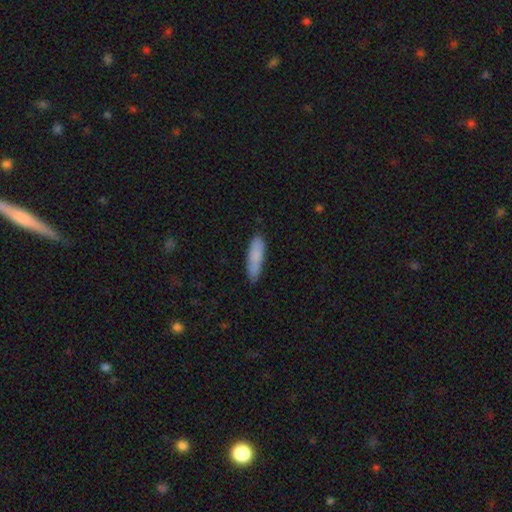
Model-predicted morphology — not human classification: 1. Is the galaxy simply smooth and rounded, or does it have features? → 84% smooth, 10% featured or disk, 6% star or artifact.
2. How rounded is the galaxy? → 63% cigar-shaped, 36% in between, 2% round.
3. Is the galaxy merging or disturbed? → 81% none, 15% minor disturbance, 3% major disturbance, 2% merger.